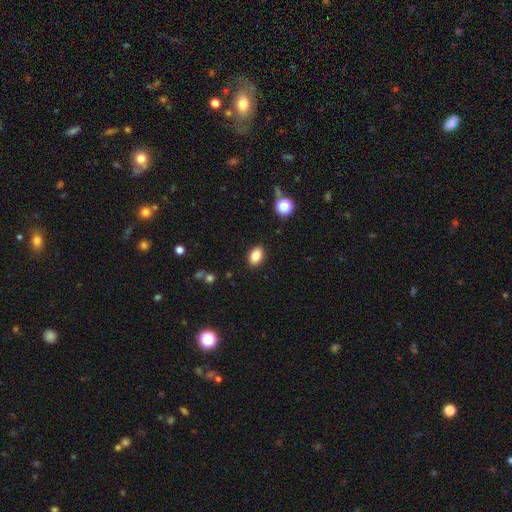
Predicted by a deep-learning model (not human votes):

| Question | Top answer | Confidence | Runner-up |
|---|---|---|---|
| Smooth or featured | smooth | 86% | star or artifact (9%) |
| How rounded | in between | 89% | round (10%) |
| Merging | none | 88% | minor disturbance (8%) |